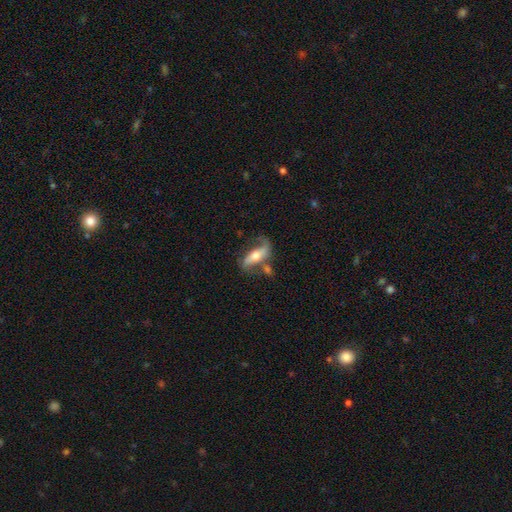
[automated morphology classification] This appears to be a featured or disk galaxy (66%). Merging: none (50%).